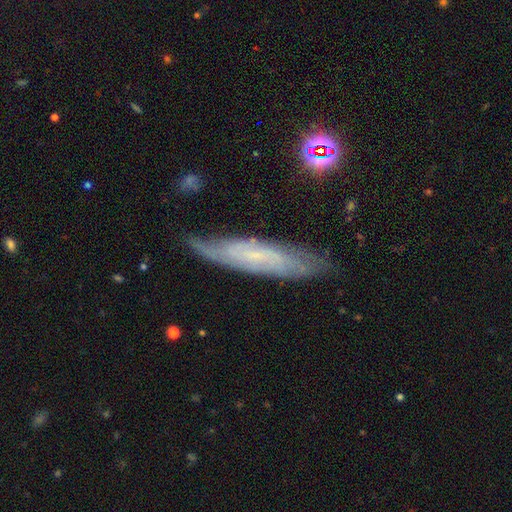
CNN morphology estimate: smooth_or_featured: featured or disk (p=0.65) [alt: smooth p=0.26]
disk_edge_on: no (p=0.60) [alt: yes p=0.40]
merging: none (p=0.73) [alt: minor disturbance p=0.20]